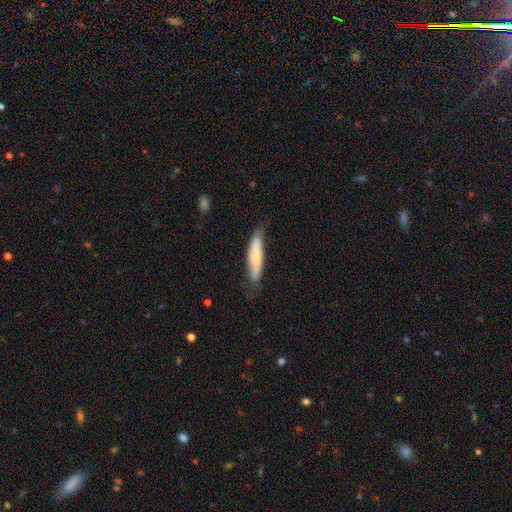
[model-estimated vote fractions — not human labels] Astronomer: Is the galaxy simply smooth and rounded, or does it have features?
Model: smooth — 64%.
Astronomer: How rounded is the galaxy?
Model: cigar-shaped — 80%.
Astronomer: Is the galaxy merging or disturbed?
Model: none — 67%.